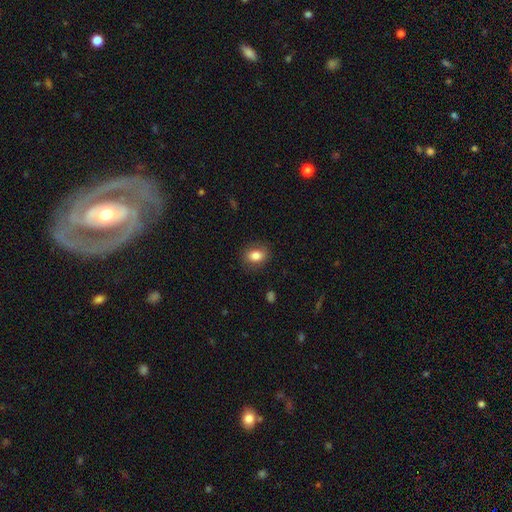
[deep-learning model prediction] smooth 83%, star or artifact 9%, featured or disk 9%. Down the decision tree: how rounded — in between (62%); merging — none (84%).